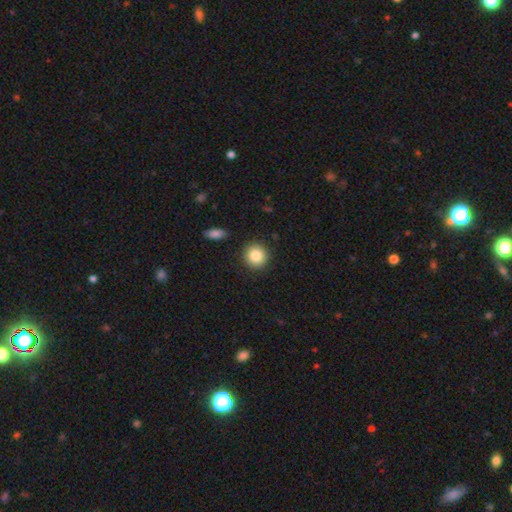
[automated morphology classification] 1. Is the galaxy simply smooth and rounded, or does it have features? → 85% smooth, 9% star or artifact, 6% featured or disk.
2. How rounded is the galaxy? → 91% round, 8% in between, 1% cigar-shaped.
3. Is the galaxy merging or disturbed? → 89% none, 7% minor disturbance, 2% major disturbance, 2% merger.